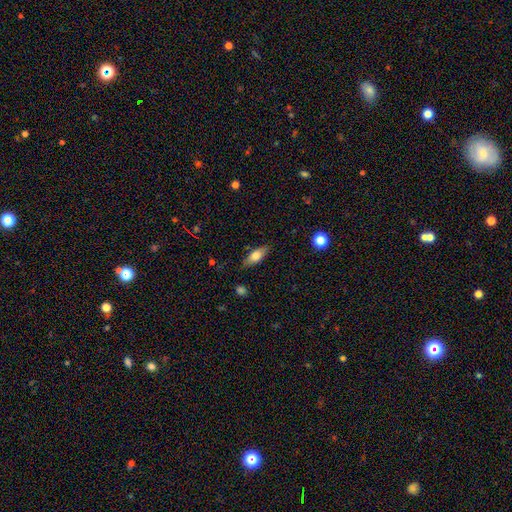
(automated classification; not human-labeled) Q: Smooth or featured?
A: smooth (72%); runner-up: featured or disk (21%)
Q: How rounded?
A: in between (73%); runner-up: cigar-shaped (23%)
Q: Merging?
A: none (82%); runner-up: minor disturbance (13%)